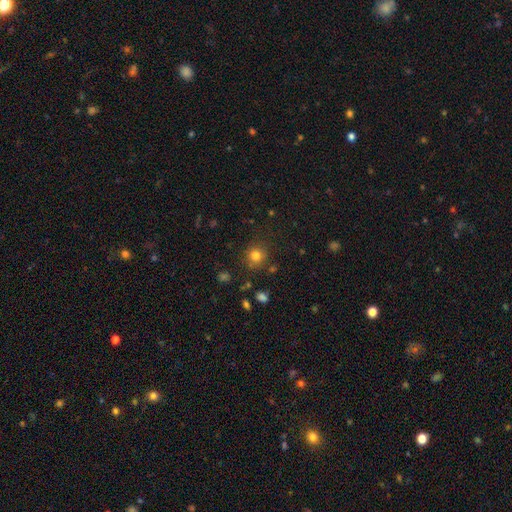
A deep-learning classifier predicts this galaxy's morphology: Smooth or featured: smooth — 79% (star or artifact — 14%)
How rounded: round — 89% (in between — 10%)
Merging: none — 83% (minor disturbance — 10%)